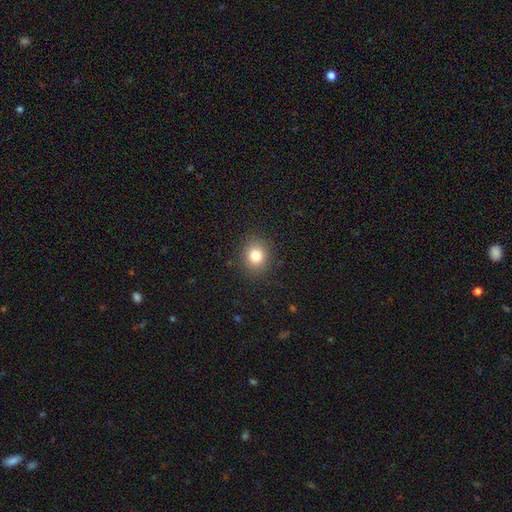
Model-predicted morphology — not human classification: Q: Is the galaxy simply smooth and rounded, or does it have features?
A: smooth — 81%.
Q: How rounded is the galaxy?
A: round — 76%.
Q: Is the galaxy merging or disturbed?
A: none — 89%.